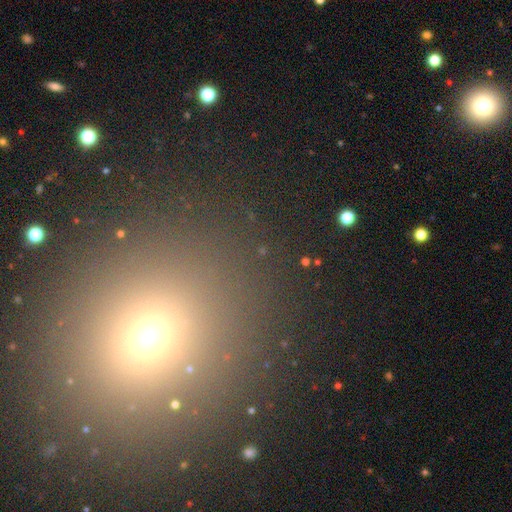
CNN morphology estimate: A smooth galaxy with no disk features (52%) that is round (83%). Merging: none (87%).